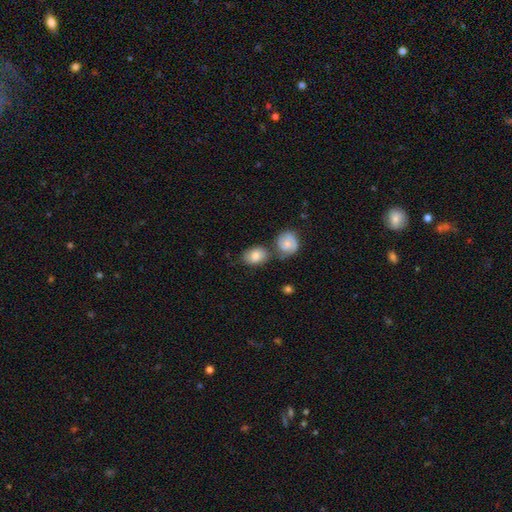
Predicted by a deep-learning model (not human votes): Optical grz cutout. It shows a smooth galaxy with no disk features (78%) that is in between round and cigar-shaped (67%). Merging: none (52%).